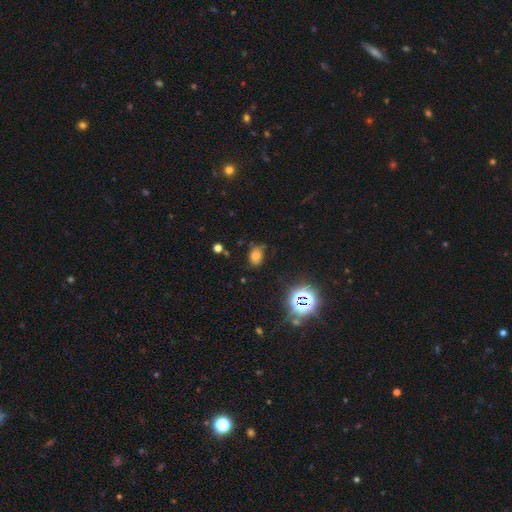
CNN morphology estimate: This is likely a smooth galaxy (67%). How rounded: likely in between (68%). Merging: likely none (73%).